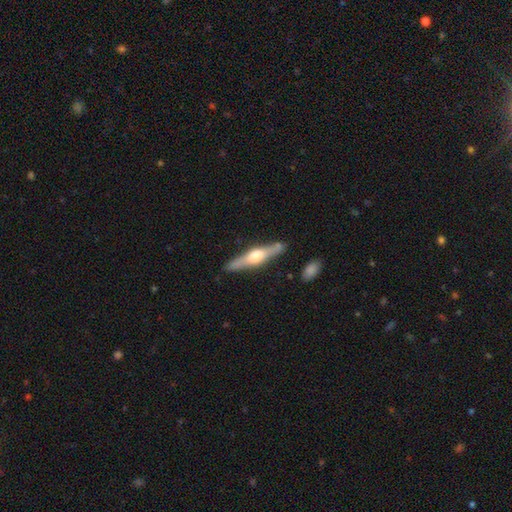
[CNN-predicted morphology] Smooth or featured? featured or disk (66%)
Edge-on disk? yes (96%)
Edge-on bulge? rounded (91%)
Merging? none (86%)